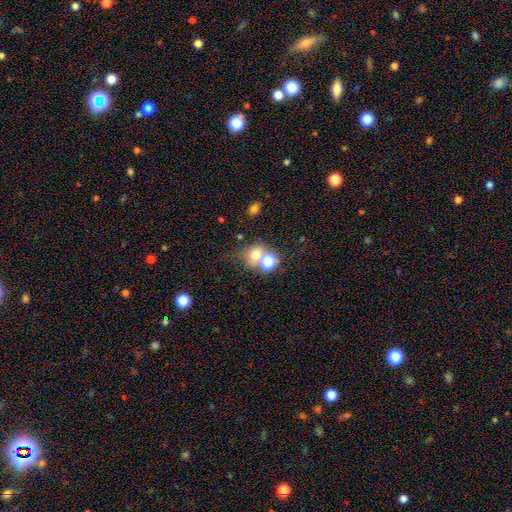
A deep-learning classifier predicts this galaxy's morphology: A smooth galaxy with no disk features (67%) that is round (71%).

Vote fractions:
- Smooth or featured? smooth: 67% / star or artifact: 19% / featured or disk: 14%
- How rounded? round: 71% / in between: 28% / cigar-shaped: 1%
- Merging? none: 43% / merger: 42% / minor disturbance: 9% / major disturbance: 6%